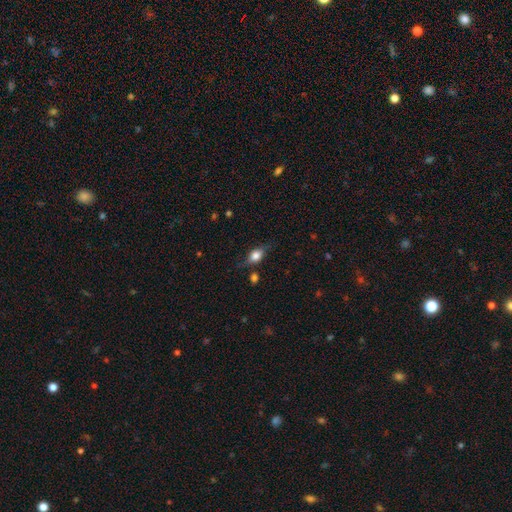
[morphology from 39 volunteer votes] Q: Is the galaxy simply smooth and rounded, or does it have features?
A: featured or disk — 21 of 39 (54%).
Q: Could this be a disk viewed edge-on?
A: yes — 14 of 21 (67%).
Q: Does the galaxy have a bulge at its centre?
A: rounded — 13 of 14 (93%).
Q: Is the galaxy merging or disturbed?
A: none — 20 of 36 (56%).